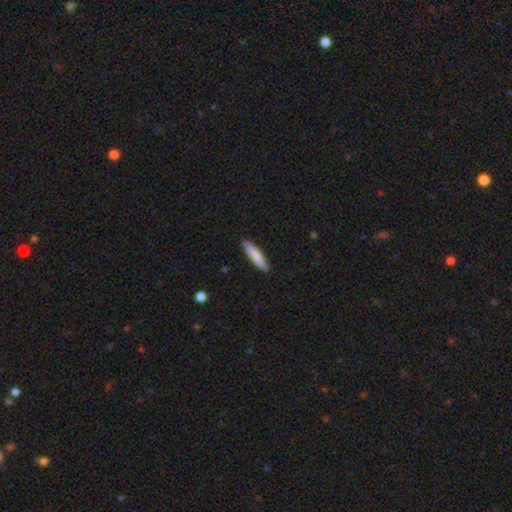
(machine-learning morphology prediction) This appears to be a smooth galaxy with no disk features (83%) that is cigar-shaped (82%). Merging: none (89%).